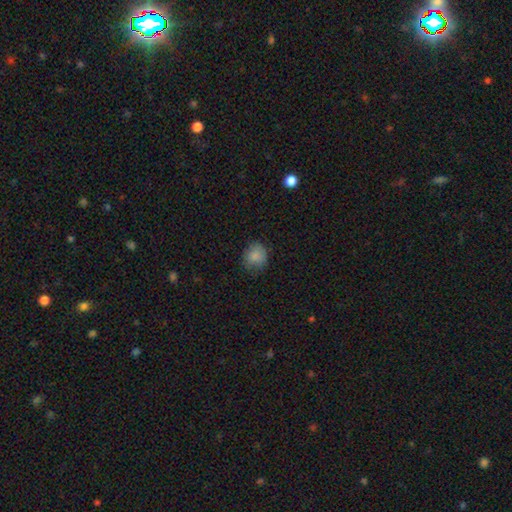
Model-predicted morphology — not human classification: Smooth or featured? Predicted: smooth (p=0.84). How rounded? Predicted: round (p=0.73). Merging? Predicted: none (p=0.73).